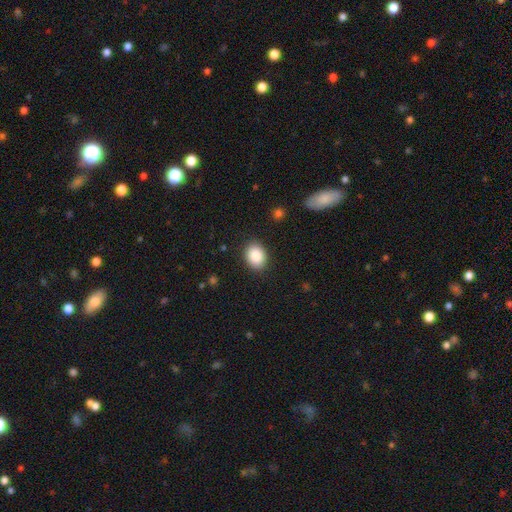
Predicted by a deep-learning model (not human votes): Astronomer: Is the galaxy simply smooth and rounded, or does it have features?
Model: smooth — 88%.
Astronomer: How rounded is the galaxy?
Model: in between — 66%.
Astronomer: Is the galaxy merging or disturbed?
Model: none — 88%.